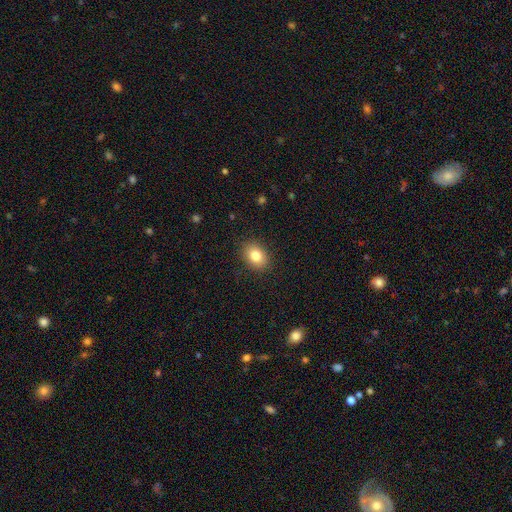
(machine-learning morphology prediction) smooth-or-featured: smooth: 83% | star or artifact: 9% | featured or disk: 8%
  how-rounded: in between: 65% | round: 34% | cigar-shaped: 1%
  merging: none: 89% | minor disturbance: 8% | major disturbance: 2% | merger: 1%